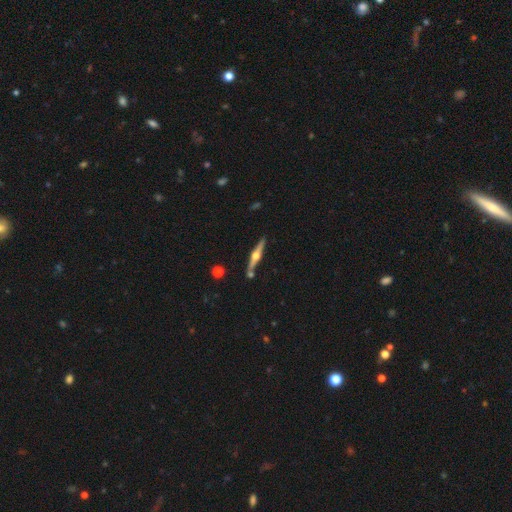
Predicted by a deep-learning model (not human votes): This is likely a featured or disk galaxy (78%). It is clearly viewed edge-on (98%). Edge-on bulge: clearly rounded (95%). Merging: clearly none (80%).